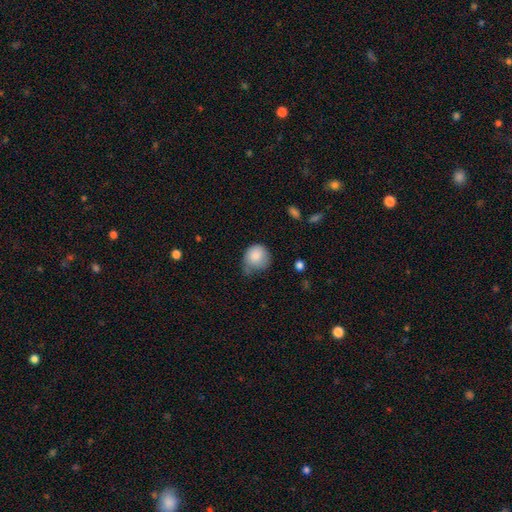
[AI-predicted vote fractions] Morphology: type=smooth (84%); roundness=round (81%); merging=minor disturbance (47%).